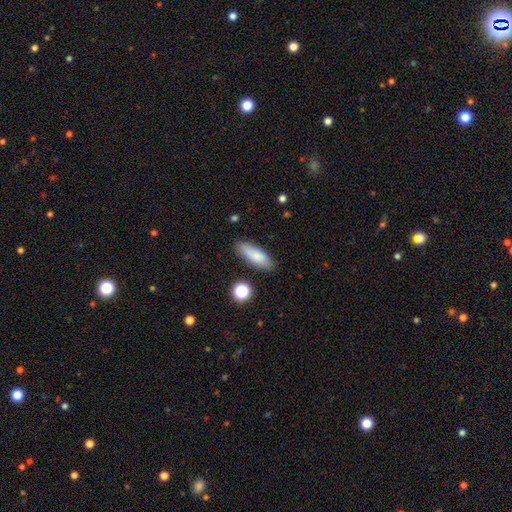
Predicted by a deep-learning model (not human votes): The model was most divided on "how rounded": in between: 62%, cigar-shaped: 36%, round: 3%. More confident: smooth or featured — smooth (82%); merging — none (82%).